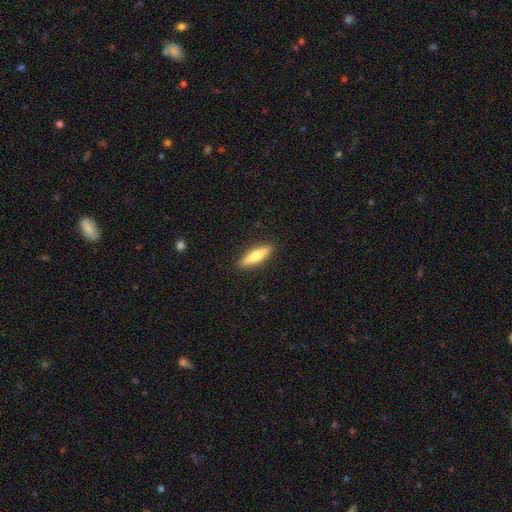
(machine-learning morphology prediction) Overall: smooth (57%; featured or disk 37%). How rounded: cigar-shaped (72%). Merging: none (91%).